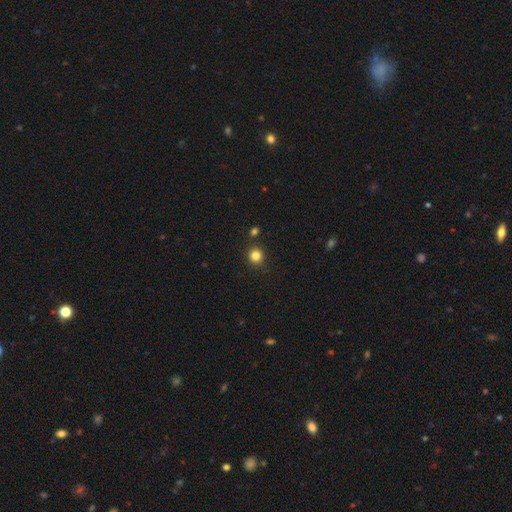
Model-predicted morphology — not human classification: This appears to be a smooth galaxy with no disk features (83%) that is round (90%). Merging: none (87%).